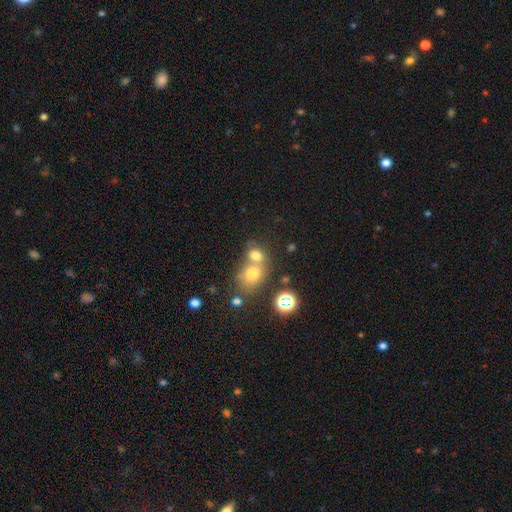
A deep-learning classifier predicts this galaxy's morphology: smooth 70%, star or artifact 17%, featured or disk 13%. Down the decision tree: how rounded — round (55%); merging — merger (52%).